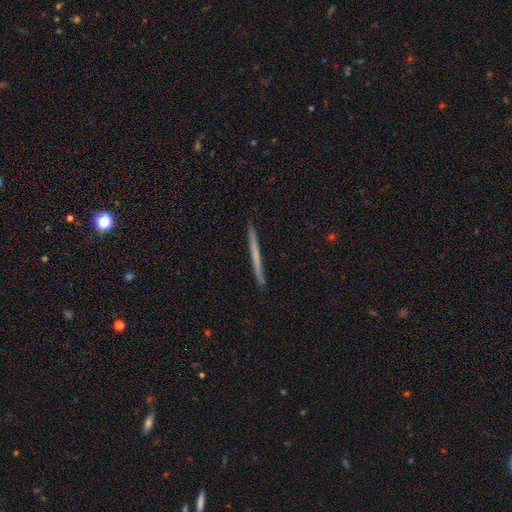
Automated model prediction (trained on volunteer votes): The model was most divided on "smooth or featured": featured or disk: 48%, smooth: 46%, star or artifact: 6%. More confident: merging — none (93%).